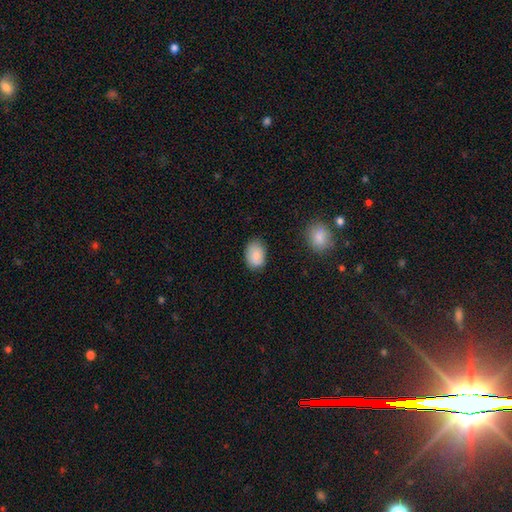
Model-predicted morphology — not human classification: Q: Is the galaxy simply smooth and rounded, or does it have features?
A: smooth — 87%.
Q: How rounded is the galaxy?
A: in between — 82%.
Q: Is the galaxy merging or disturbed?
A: none — 79%.